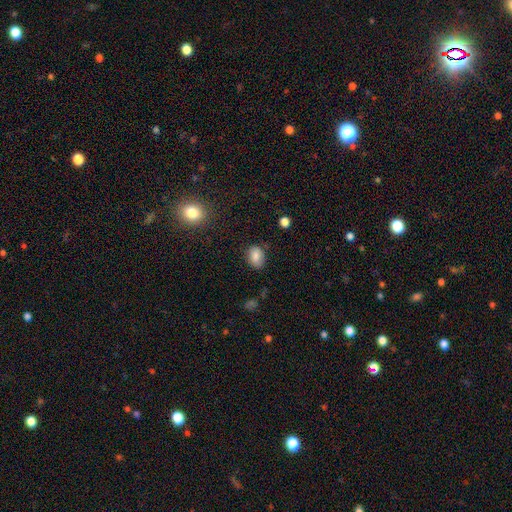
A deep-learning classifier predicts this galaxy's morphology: This is clearly a smooth galaxy (84%). How rounded: likely in between (67%). Merging: likely none (76%).